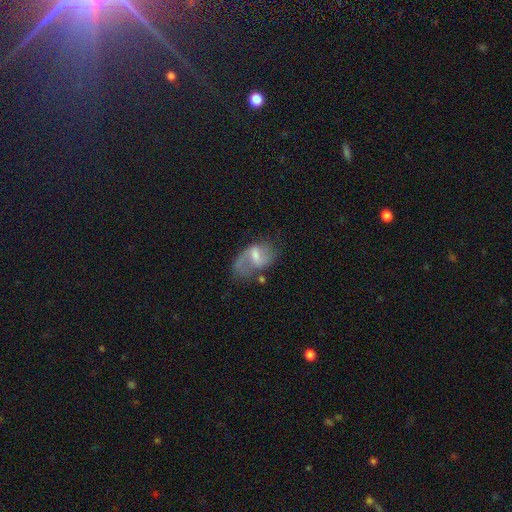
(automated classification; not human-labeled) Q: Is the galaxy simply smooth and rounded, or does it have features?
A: featured or disk — 69%.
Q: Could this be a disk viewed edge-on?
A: no — 96%.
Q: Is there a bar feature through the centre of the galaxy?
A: weak — 56%.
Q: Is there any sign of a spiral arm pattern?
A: yes — 84%.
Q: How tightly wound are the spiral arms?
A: loose — 50%.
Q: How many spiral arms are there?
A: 2 — 69%.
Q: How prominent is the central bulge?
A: moderate — 44%.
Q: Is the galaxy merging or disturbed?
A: none — 47%.